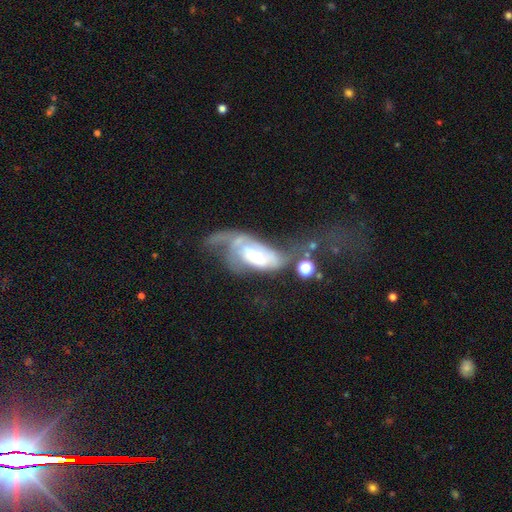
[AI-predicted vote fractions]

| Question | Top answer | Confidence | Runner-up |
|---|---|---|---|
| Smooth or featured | featured or disk | 60% | smooth (31%) |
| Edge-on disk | no | 91% | yes (9%) |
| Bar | no | 47% | weak (31%) |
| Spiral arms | yes | 58% | no (42%) |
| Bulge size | large | 32% | moderate (31%) |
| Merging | major disturbance | 52% | merger (25%) |